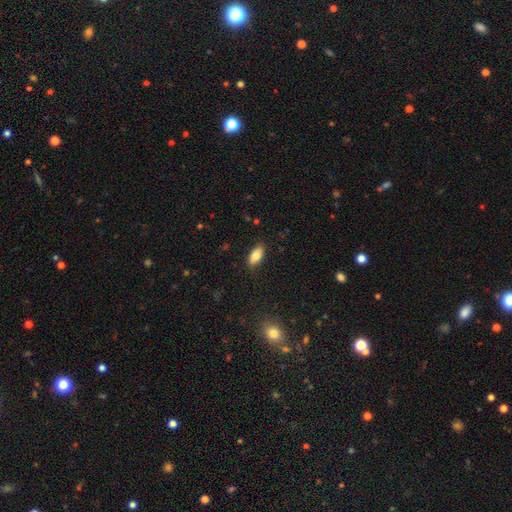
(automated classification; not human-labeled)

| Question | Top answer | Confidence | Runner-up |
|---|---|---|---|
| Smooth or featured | smooth | 83% | featured or disk (10%) |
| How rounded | in between | 89% | cigar-shaped (9%) |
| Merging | none | 86% | minor disturbance (10%) |